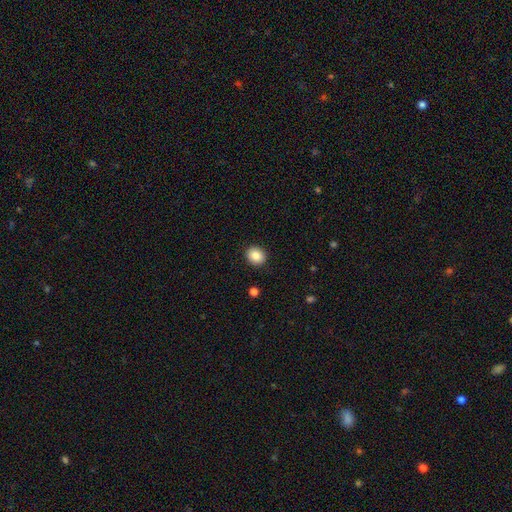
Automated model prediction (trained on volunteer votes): Smooth or featured: smooth — 86% (star or artifact — 9%)
How rounded: round — 67% (in between — 32%)
Merging: none — 91% (minor disturbance — 6%)